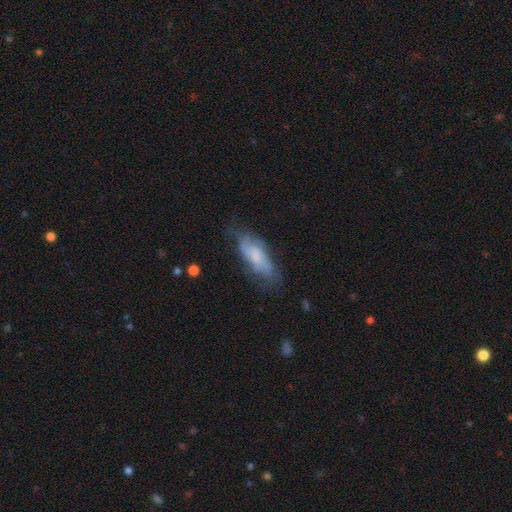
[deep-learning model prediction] A smooth galaxy with no disk features (46%). Merging: none (54%).